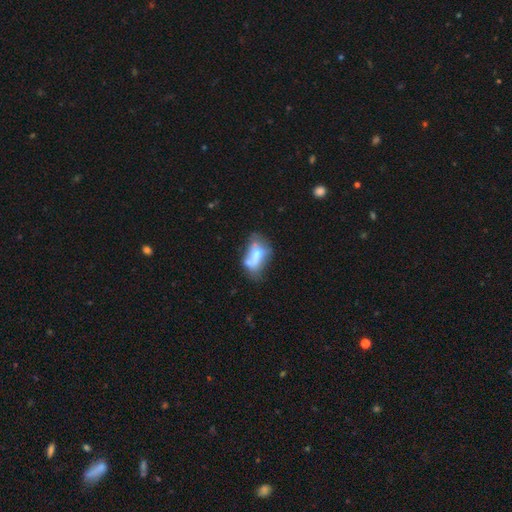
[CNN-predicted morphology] Q: Smooth or featured?
A: smooth (50%); runner-up: featured or disk (41%)
Q: Merging?
A: merger (28%); runner-up: none (26%)